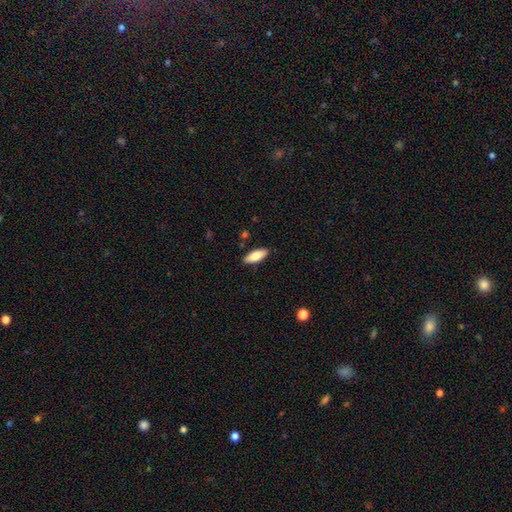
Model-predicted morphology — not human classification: smooth-or-featured: smooth: 79% | featured or disk: 15% | star or artifact: 6%
  how-rounded: in between: 72% | cigar-shaped: 27% | round: 2%
  merging: none: 87% | minor disturbance: 9% | major disturbance: 2% | merger: 2%